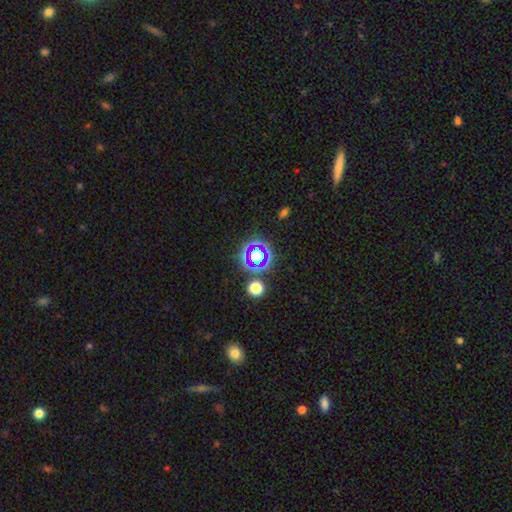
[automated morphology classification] smooth-or-featured: star or artifact: 57% | smooth: 29% | featured or disk: 14%